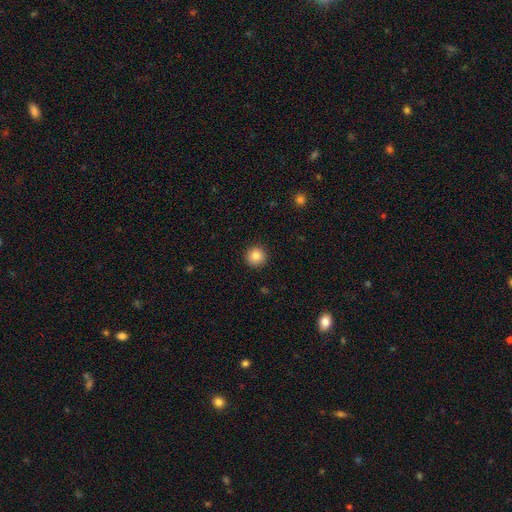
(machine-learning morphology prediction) Smooth or featured? smooth (86%)
How rounded? round (95%)
Merging? none (92%)